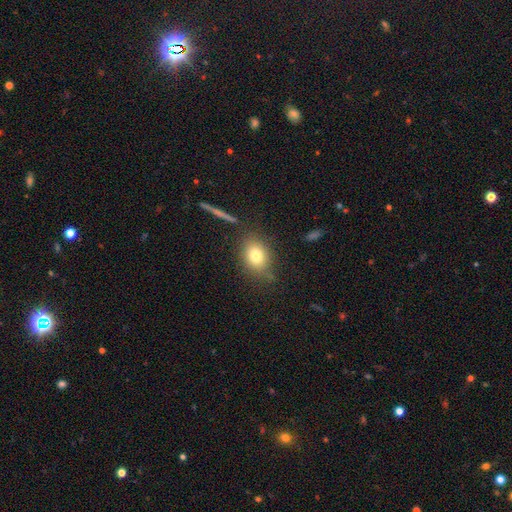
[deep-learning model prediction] smooth_or_featured: smooth (p=0.77) [alt: featured or disk p=0.12]
how_rounded: in between (p=0.58) [alt: round p=0.40]
merging: none (p=0.75) [alt: minor disturbance p=0.15]